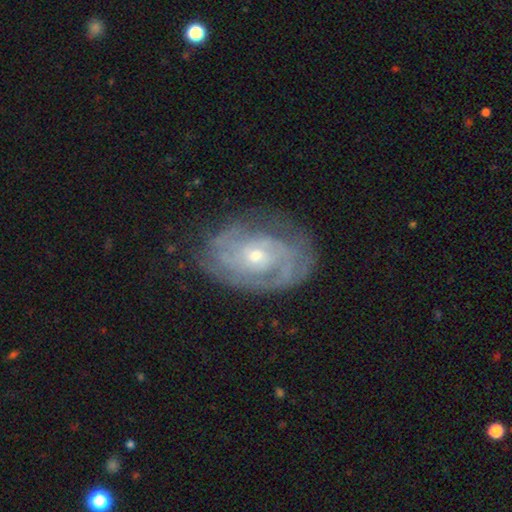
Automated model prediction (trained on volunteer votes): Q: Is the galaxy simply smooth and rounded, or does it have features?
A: featured or disk — 84%.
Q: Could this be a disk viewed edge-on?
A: no — 96%.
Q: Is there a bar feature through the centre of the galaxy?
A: no — 75%.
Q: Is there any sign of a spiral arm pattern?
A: yes — 92%.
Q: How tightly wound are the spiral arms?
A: tight — 71%.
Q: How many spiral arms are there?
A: can't tell — 39%.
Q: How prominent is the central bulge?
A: small — 59%.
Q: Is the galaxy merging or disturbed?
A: none — 73%.